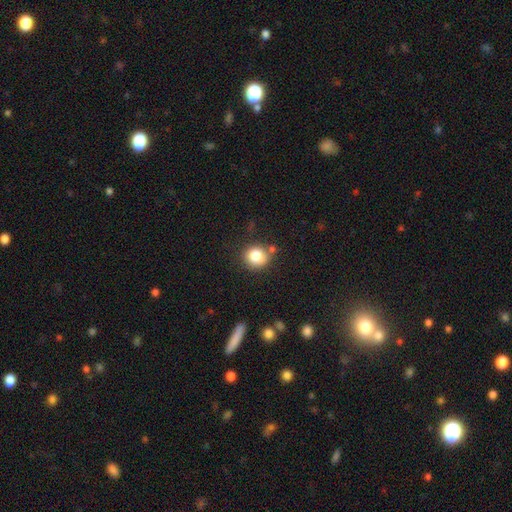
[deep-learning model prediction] The model was most divided on "merging": none: 75%, minor disturbance: 14%, merger: 7%, major disturbance: 4%. More confident: how rounded — round (86%); smooth or featured — smooth (82%).